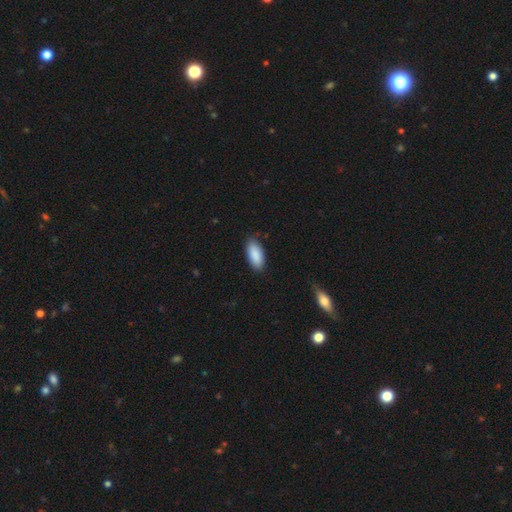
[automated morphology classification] Smooth or featured? smooth (90%)
How rounded? in between (89%)
Merging? none (84%)